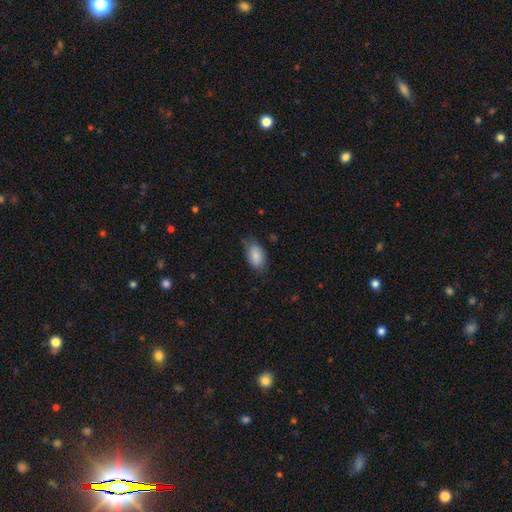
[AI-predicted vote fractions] smooth_or_featured: smooth (p=0.85) [alt: featured or disk p=0.09]
how_rounded: in between (p=0.91) [alt: round p=0.07]
merging: none (p=0.68) [alt: minor disturbance p=0.25]